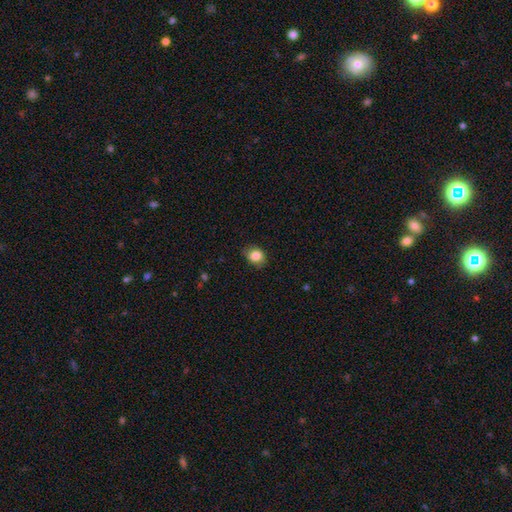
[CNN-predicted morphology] type=smooth (85%); roundness=round (57%); merging=none (79%).